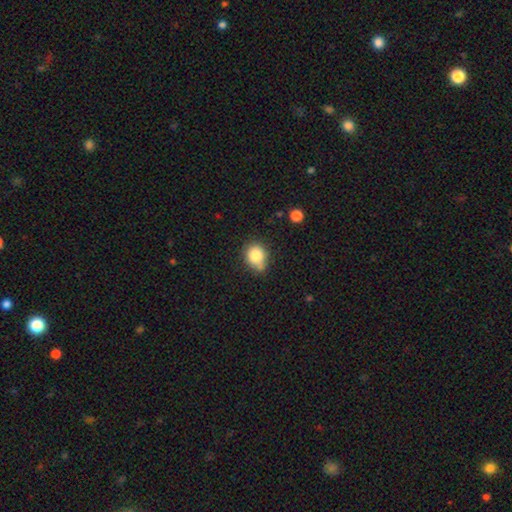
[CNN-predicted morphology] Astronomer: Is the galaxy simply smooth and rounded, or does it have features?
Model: smooth — 83%.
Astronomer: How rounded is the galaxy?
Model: round — 66%.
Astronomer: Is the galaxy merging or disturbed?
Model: none — 60%.